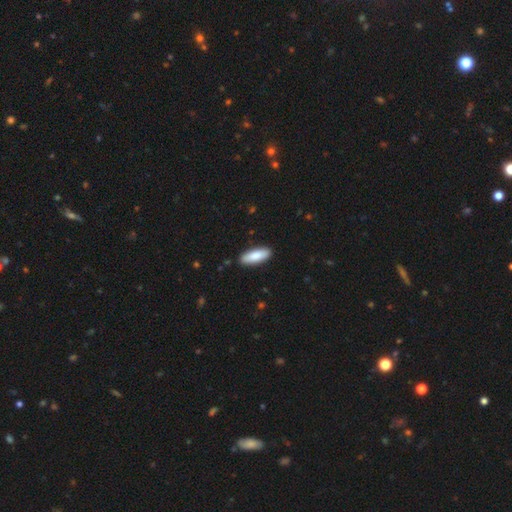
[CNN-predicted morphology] This is clearly a smooth galaxy (86%). How rounded: likely in between (66%). Merging: clearly none (89%).